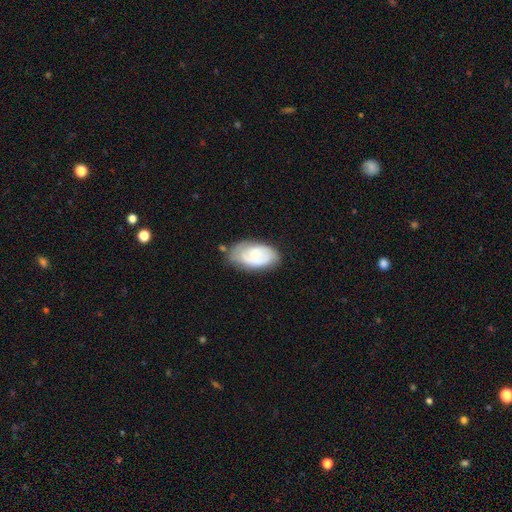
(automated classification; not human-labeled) Smooth or featured? Predicted: featured or disk (p=0.51). Edge-on disk? Predicted: no (p=0.96). Merging? Predicted: none (p=0.63).